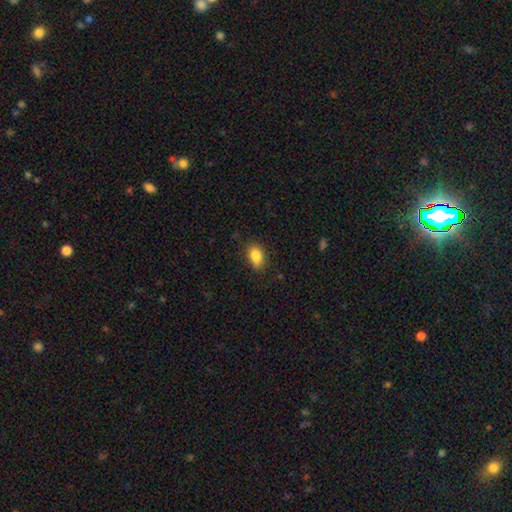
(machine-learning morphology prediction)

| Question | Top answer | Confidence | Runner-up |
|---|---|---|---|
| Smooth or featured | smooth | 86% | star or artifact (8%) |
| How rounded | in between | 86% | round (12%) |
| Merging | none | 80% | minor disturbance (16%) |